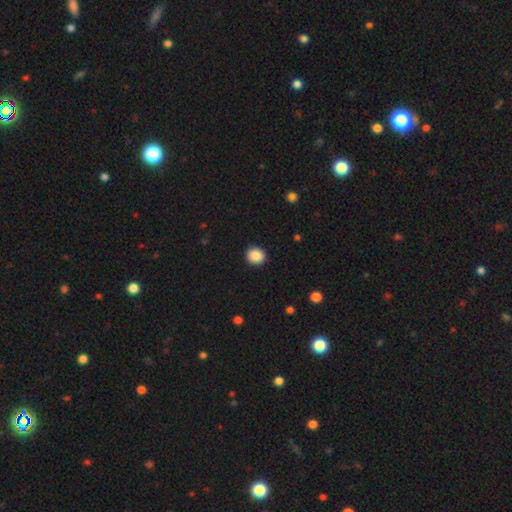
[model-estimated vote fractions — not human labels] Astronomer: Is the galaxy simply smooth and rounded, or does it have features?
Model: smooth — 88%.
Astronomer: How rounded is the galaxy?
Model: round — 83%.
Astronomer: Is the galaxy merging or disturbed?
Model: none — 91%.